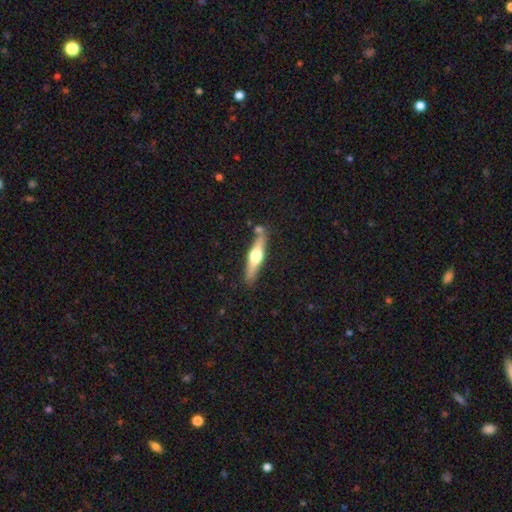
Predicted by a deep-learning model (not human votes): A featured or disk galaxy (59%) viewed edge-on (95%) with a rounded central bulge (94%).

Vote fractions:
- Smooth or featured? featured or disk: 59% / smooth: 35% / star or artifact: 5%
- Edge-on disk? yes: 95% / no: 5%
- Edge-on bulge? rounded: 94% / boxy: 4% / none: 3%
- Merging? none: 79% / minor disturbance: 12% / merger: 7% / major disturbance: 3%